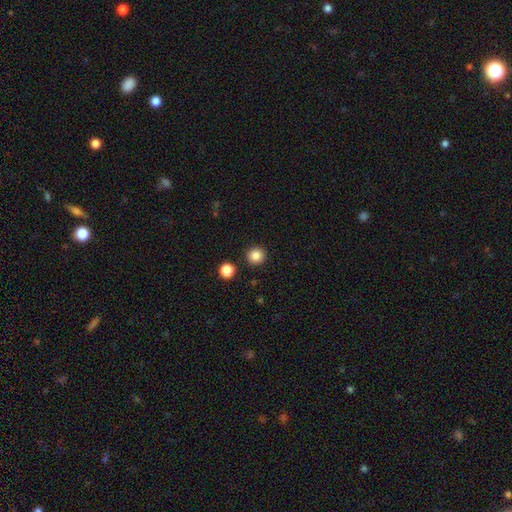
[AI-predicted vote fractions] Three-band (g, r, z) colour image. It shows a smooth galaxy with no disk features (85%) that is round (94%). Merging: none (91%).